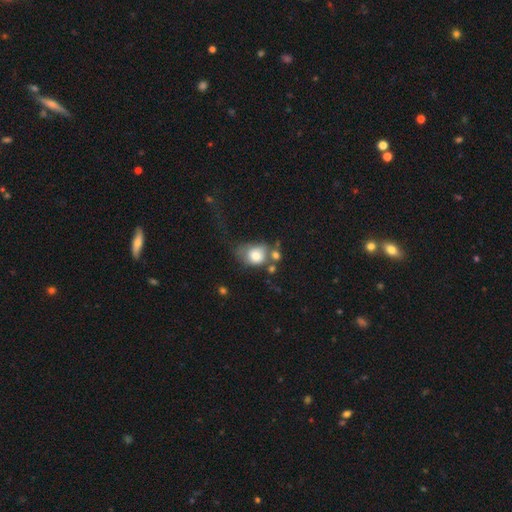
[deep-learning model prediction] smooth-or-featured: smooth: 73% | featured or disk: 17% | star or artifact: 10%
  how-rounded: round: 52% | in between: 47% | cigar-shaped: 1%
  merging: none: 29% (tied) | merger: 29% (tied) | major disturbance: 21% | minor disturbance: 21%